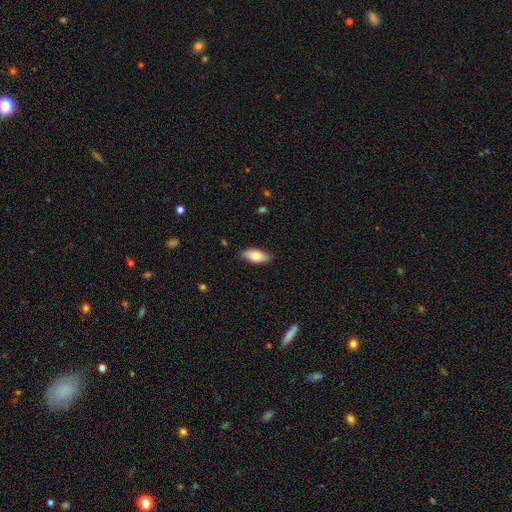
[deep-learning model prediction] Smooth or featured: smooth — 77% (featured or disk — 17%)
How rounded: in between — 87% (cigar-shaped — 11%)
Merging: none — 84% (minor disturbance — 12%)